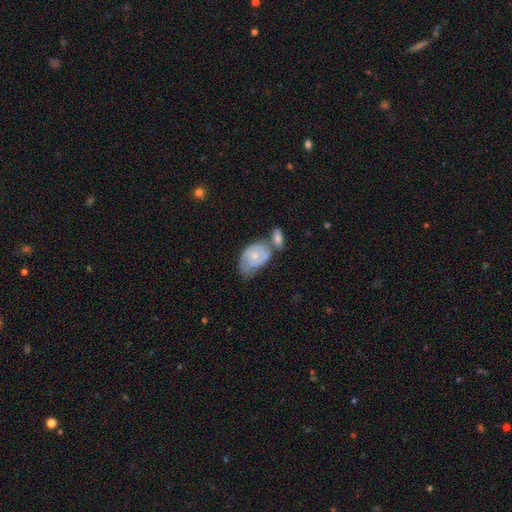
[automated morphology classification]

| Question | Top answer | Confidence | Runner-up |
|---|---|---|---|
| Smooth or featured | featured or disk | 56% | smooth (38%) |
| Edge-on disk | no | 95% | yes (5%) |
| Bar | no | 76% | weak (21%) |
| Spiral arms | yes | 77% | no (23%) |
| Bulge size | small | 55% | moderate (39%) |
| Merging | merger | 35% | none (29%) |